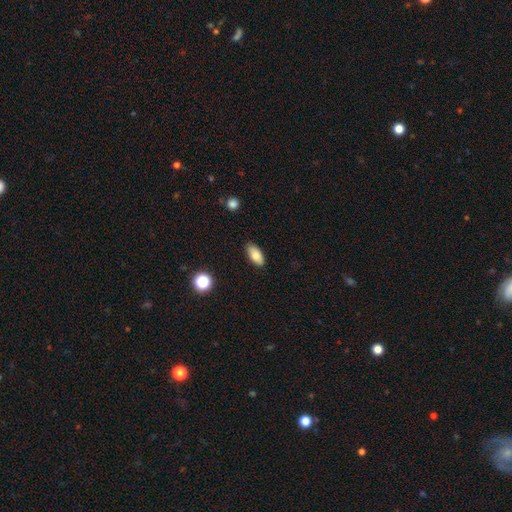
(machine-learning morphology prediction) Q: Smooth or featured?
A: smooth (79%); runner-up: featured or disk (13%)
Q: How rounded?
A: in between (89%); runner-up: cigar-shaped (7%)
Q: Merging?
A: none (86%); runner-up: minor disturbance (11%)